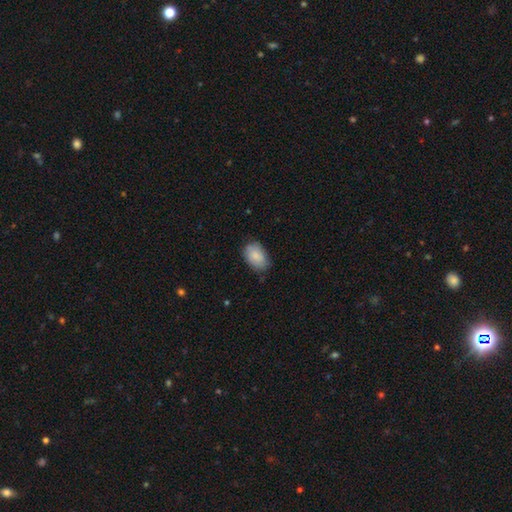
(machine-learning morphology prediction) This appears to be a smooth galaxy with no disk features (83%) that is in between round and cigar-shaped (89%). Merging: none (75%).